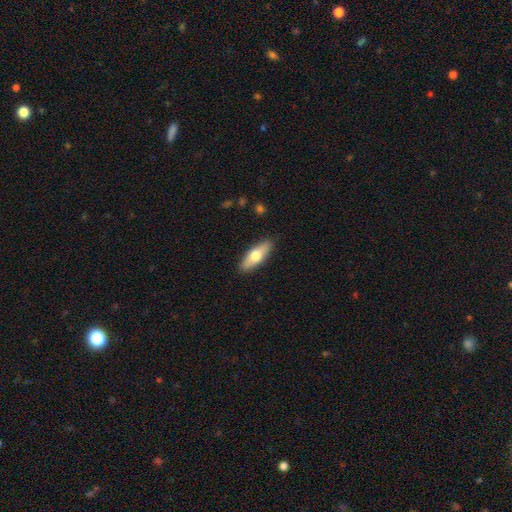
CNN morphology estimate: smooth_or_featured: smooth (p=0.62) [alt: featured or disk p=0.33]
how_rounded: in between (p=0.60) [alt: cigar-shaped p=0.37]
merging: none (p=0.89) [alt: minor disturbance p=0.08]